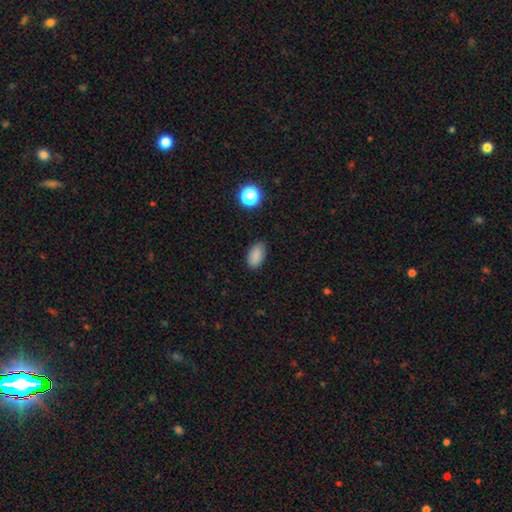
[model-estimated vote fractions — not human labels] Smooth or featured? smooth (86%)
How rounded? in between (92%)
Merging? none (83%)